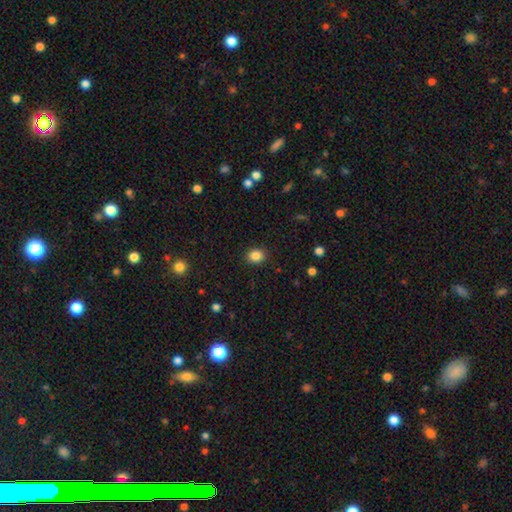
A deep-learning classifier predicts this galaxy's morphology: type=smooth (85%); roundness=round (60%); merging=none (90%).